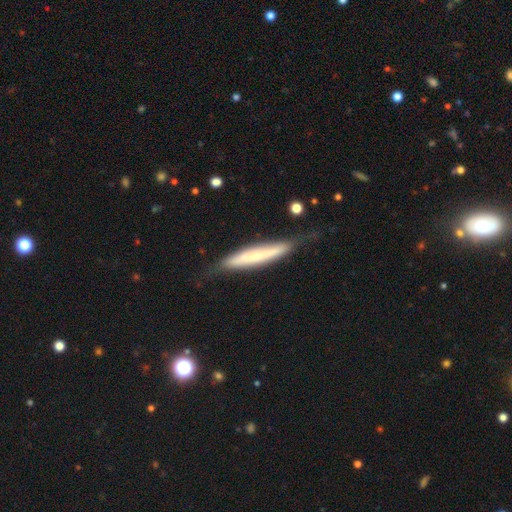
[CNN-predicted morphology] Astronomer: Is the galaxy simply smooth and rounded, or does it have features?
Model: featured or disk — 52% (runner-up: smooth, 42%).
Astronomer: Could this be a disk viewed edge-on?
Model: yes — 78%.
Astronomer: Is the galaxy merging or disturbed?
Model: none — 67%.